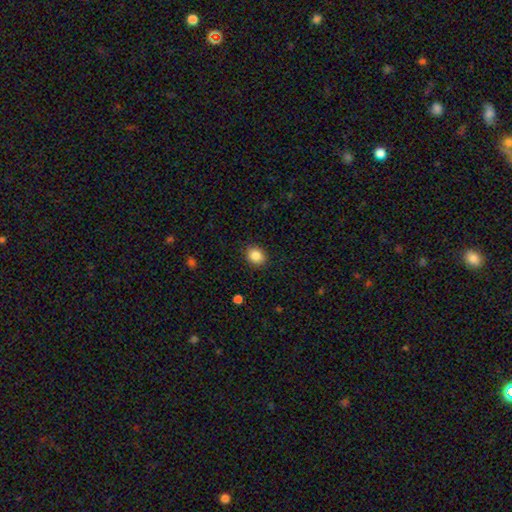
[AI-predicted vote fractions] This appears to be a smooth galaxy with no disk features (86%) that is round (66%). Merging: none (89%).